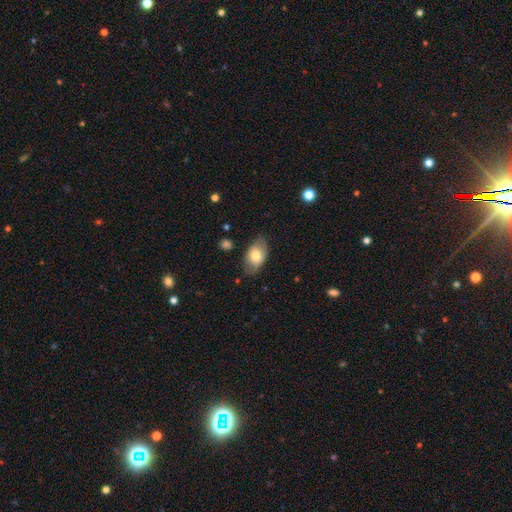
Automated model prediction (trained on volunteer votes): This is likely a smooth galaxy (69%). How rounded: clearly in between (92%). Merging: likely none (79%).